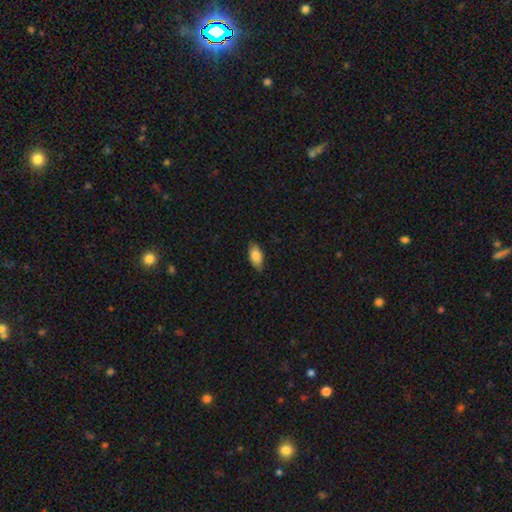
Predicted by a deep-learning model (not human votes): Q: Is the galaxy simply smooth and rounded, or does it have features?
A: smooth — 82%.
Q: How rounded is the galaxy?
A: in between — 90%.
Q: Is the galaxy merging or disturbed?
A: none — 84%.